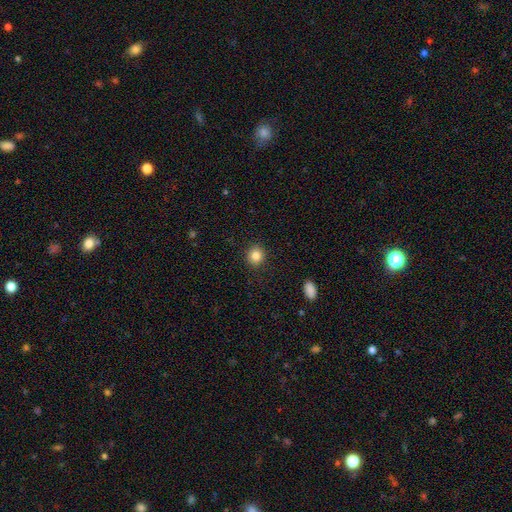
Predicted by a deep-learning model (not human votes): Morphology: type=smooth (85%); roundness=round (87%); merging=none (91%).